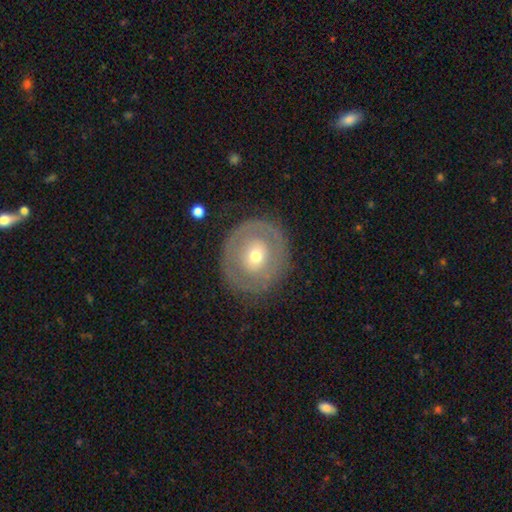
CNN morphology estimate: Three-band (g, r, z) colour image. It shows a featured or disk galaxy (51%). Merging: none (80%).